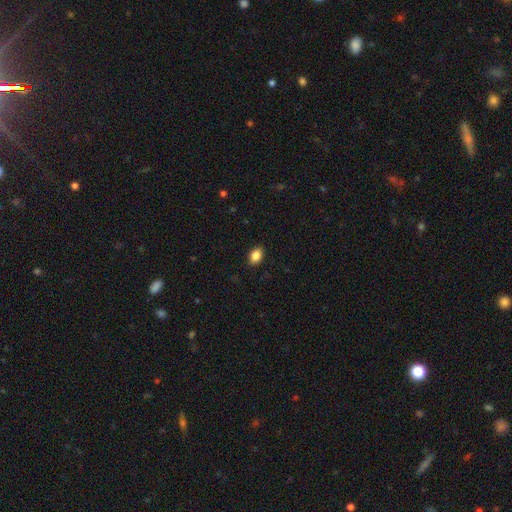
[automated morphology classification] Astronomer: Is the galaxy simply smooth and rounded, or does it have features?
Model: smooth — 87%.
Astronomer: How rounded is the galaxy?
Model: in between — 82%.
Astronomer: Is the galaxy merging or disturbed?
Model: none — 89%.